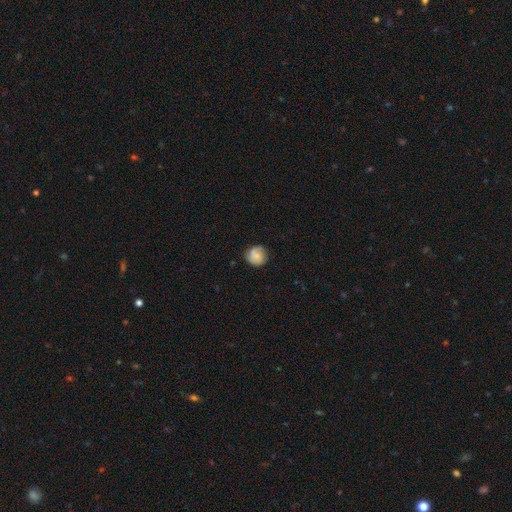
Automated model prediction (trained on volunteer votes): Smooth or featured? smooth (69%)
How rounded? round (88%)
Merging? none (75%)